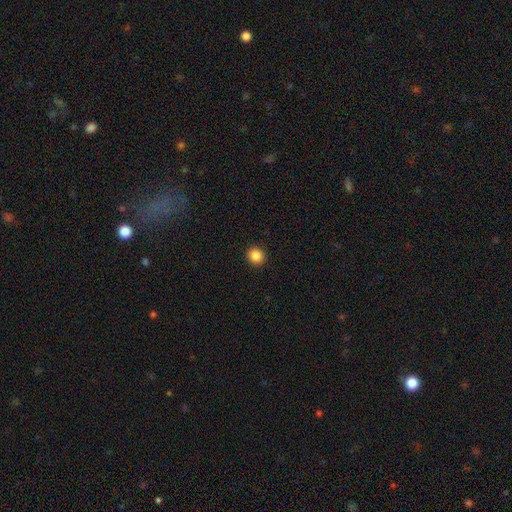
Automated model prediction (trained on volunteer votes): This is clearly a smooth galaxy (86%). How rounded: clearly round (90%). Merging: clearly none (93%).